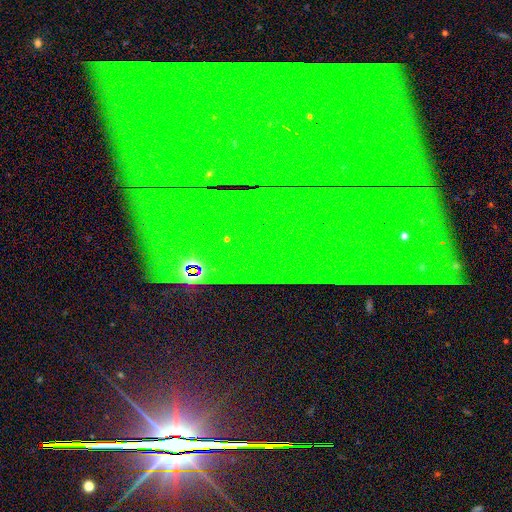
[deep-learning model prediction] Smooth or featured? star or artifact (86%)